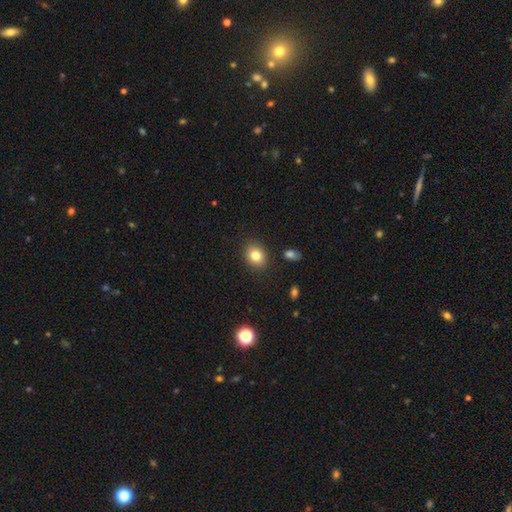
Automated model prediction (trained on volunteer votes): The model was most divided on "how rounded": round: 55%, in between: 44%, cigar-shaped: 1%. More confident: merging — none (88%); smooth or featured — smooth (81%).